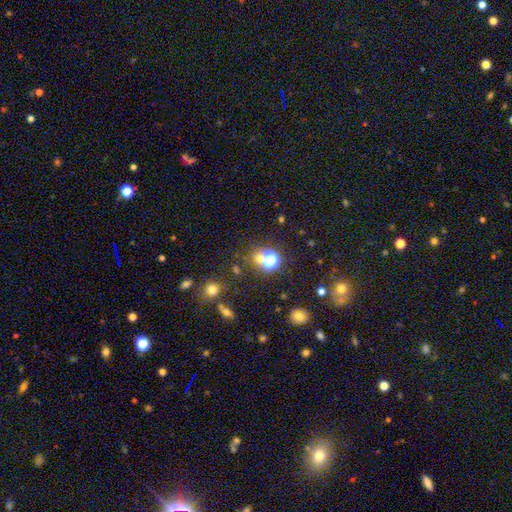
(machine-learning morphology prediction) Smooth or featured? Predicted: star or artifact (p=0.54).